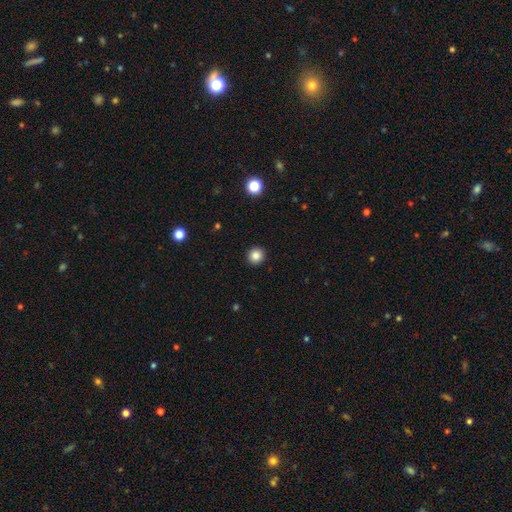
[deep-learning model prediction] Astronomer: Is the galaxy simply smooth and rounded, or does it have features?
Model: smooth — 85%.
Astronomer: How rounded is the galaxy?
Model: round — 93%.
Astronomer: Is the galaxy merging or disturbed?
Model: none — 93%.